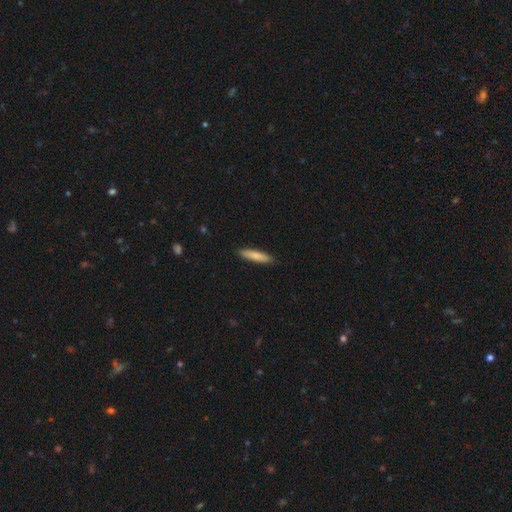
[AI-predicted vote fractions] Smooth or featured? smooth (79%)
How rounded? cigar-shaped (84%)
Merging? none (89%)